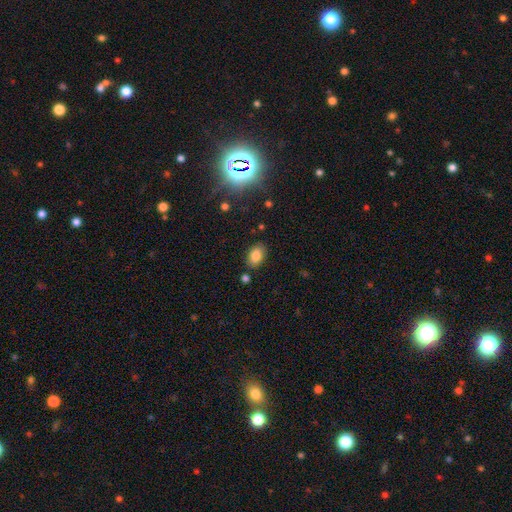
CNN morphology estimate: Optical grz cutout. It shows a smooth galaxy with no disk features (84%) that is in between round and cigar-shaped (87%). Merging: none (83%).